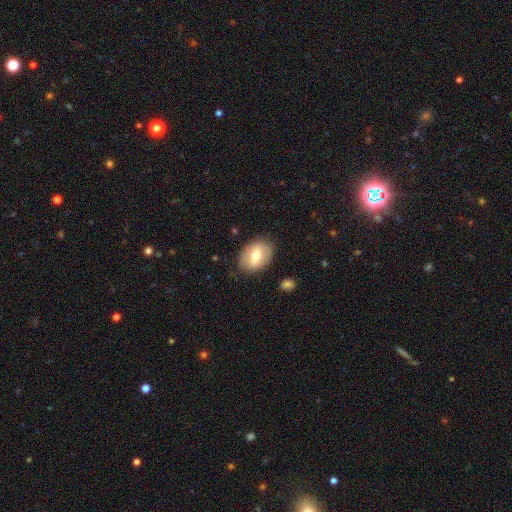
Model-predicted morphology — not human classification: This appears to be a smooth galaxy with no disk features (57%) that is in between round and cigar-shaped (77%). Merging: none (83%).